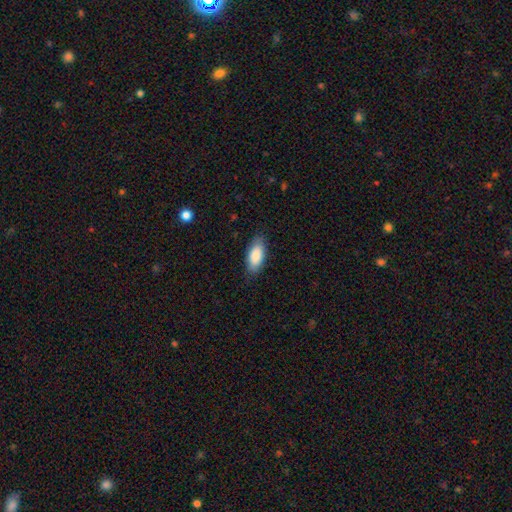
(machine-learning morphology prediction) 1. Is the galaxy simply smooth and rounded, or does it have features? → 87% smooth, 8% featured or disk, 6% star or artifact.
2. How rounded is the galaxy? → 87% in between, 11% cigar-shaped, 2% round.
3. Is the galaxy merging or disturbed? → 83% none, 13% minor disturbance, 3% major disturbance, 1% merger.